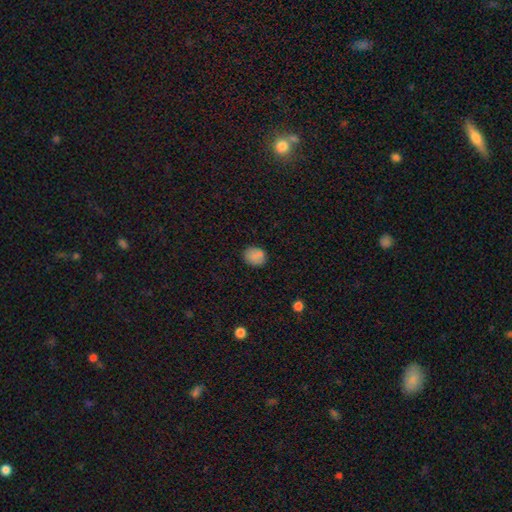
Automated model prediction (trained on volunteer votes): smooth 81%, star or artifact 12%, featured or disk 7%. Down the decision tree: how rounded — round (63%); merging — none (80%).